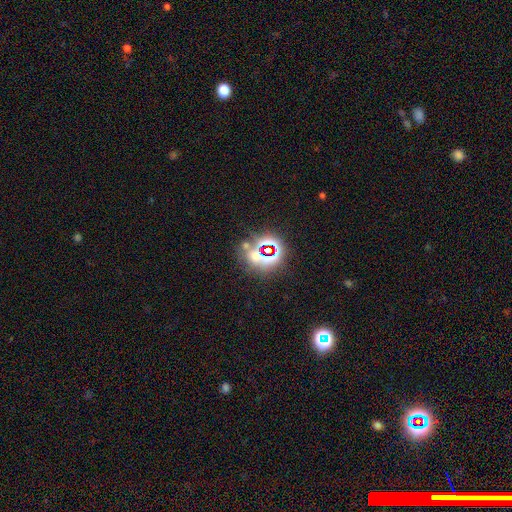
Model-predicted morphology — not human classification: smooth_or_featured: star or artifact (p=0.60) [alt: smooth p=0.28]